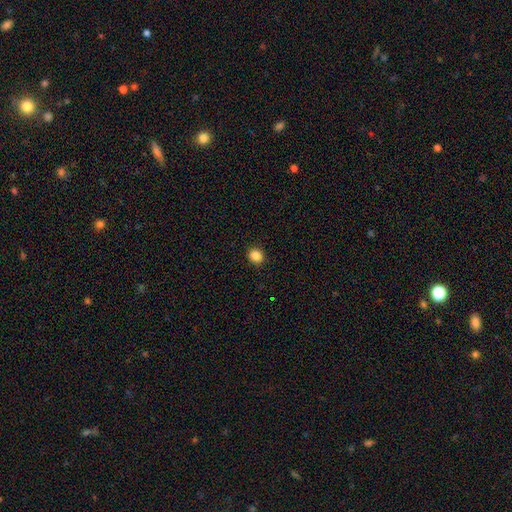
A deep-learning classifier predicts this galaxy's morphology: Q: Smooth or featured?
A: smooth (86%); runner-up: star or artifact (10%)
Q: How rounded?
A: round (71%); runner-up: in between (29%)
Q: Merging?
A: none (92%); runner-up: minor disturbance (6%)